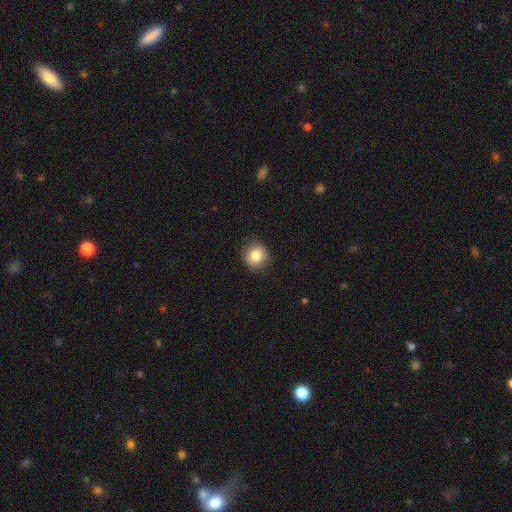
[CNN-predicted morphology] type=smooth (84%); roundness=round (86%); merging=none (88%).